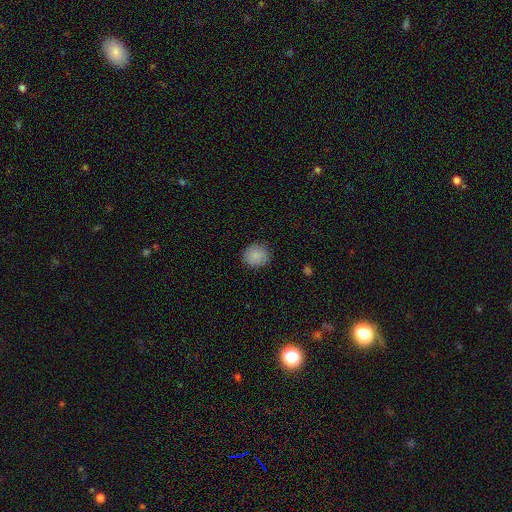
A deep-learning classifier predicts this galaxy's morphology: This appears to be a smooth galaxy with no disk features (87%) that is round (81%). Merging: none (87%).